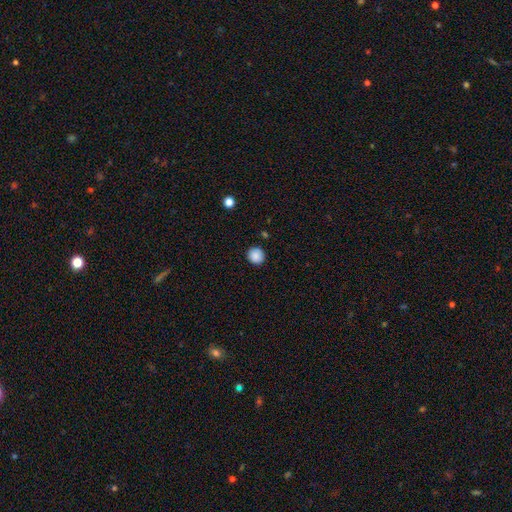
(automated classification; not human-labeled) smooth_or_featured: smooth (p=0.87) [alt: star or artifact p=0.09]
how_rounded: round (p=0.91) [alt: in between p=0.08]
merging: none (p=0.89) [alt: minor disturbance p=0.08]